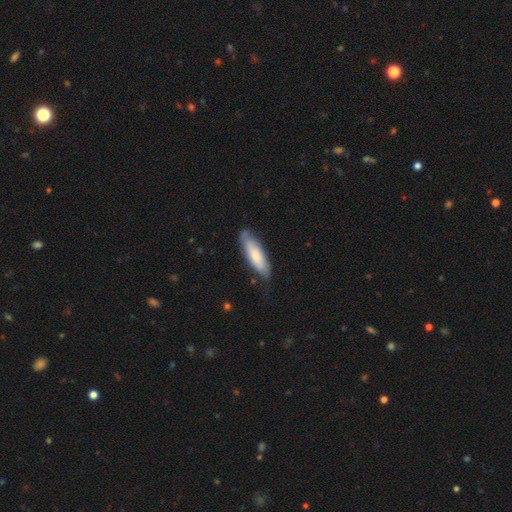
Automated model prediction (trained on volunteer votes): Overall: smooth (71%). How rounded: cigar-shaped (57%; in between 41%). Merging: none (74%).